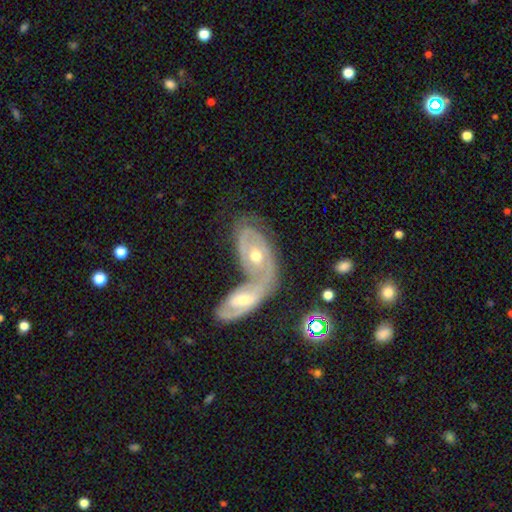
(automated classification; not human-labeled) Q: Smooth or featured?
A: featured or disk (79%); runner-up: smooth (15%)
Q: Edge-on disk?
A: no (93%); runner-up: yes (7%)
Q: Bar?
A: no (66%); runner-up: weak (25%)
Q: Spiral arms?
A: yes (87%); runner-up: no (13%)
Q: Spiral winding?
A: tight (58%); runner-up: medium (32%)
Q: Spiral arm count?
A: 2 (63%); runner-up: can't tell (23%)
Q: Bulge size?
A: moderate (69%); runner-up: small (25%)
Q: Merging?
A: merger (64%); runner-up: none (22%)